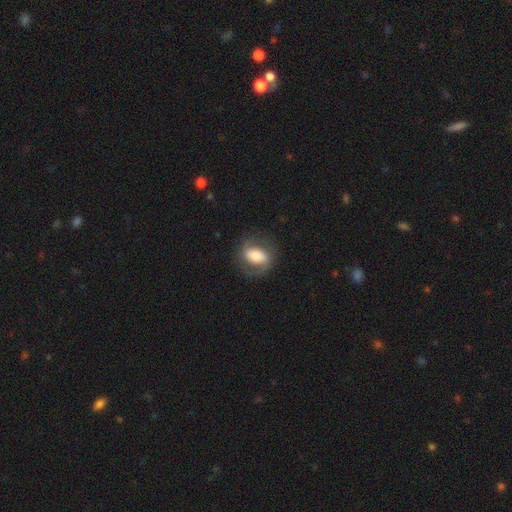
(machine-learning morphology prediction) Overall: featured or disk (47%; smooth 45%). Merging: none (73%).